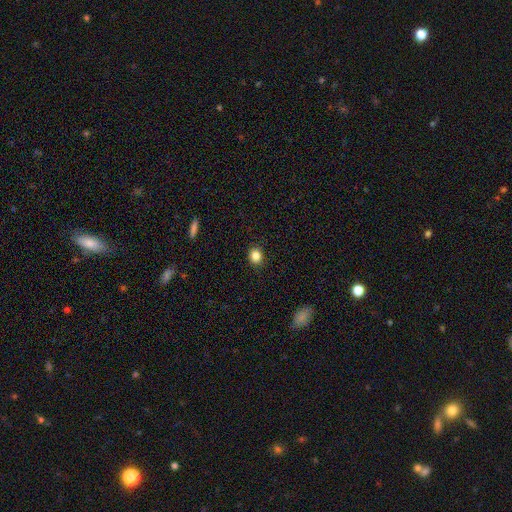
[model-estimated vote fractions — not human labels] smooth-or-featured: smooth: 85% | star or artifact: 11% | featured or disk: 5%
  how-rounded: round: 69% | in between: 30% | cigar-shaped: 1%
  merging: none: 89% | minor disturbance: 8% | major disturbance: 2% | merger: 1%